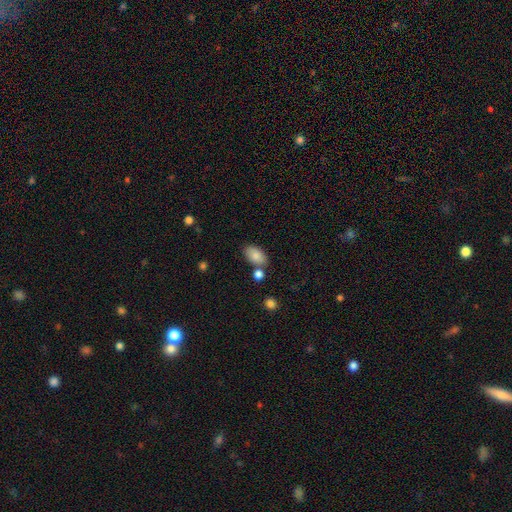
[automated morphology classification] This is clearly a smooth galaxy (85%). How rounded: clearly in between (93%). Merging: likely none (71%).